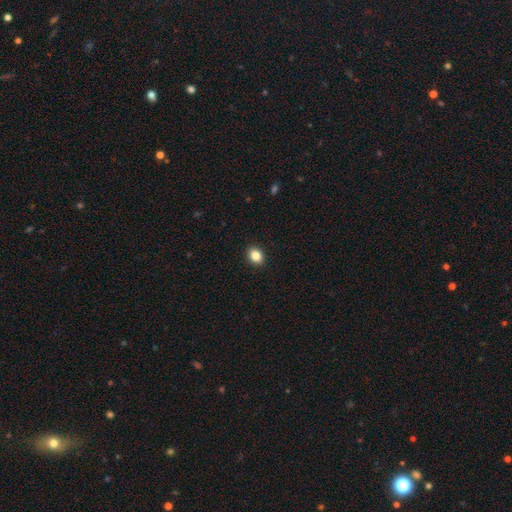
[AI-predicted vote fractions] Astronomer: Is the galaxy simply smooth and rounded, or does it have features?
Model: smooth — 85%.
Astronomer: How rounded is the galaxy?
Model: in between — 60% (runner-up: round, 39%).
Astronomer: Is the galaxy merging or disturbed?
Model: none — 91%.